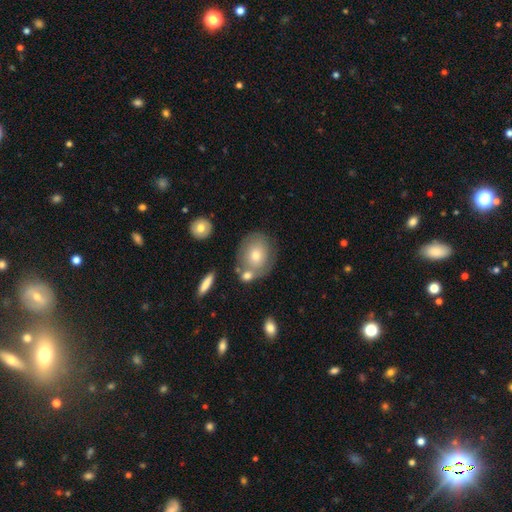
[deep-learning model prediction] A smooth galaxy with no disk features (59%) that is round (54%). Merging: none (67%).